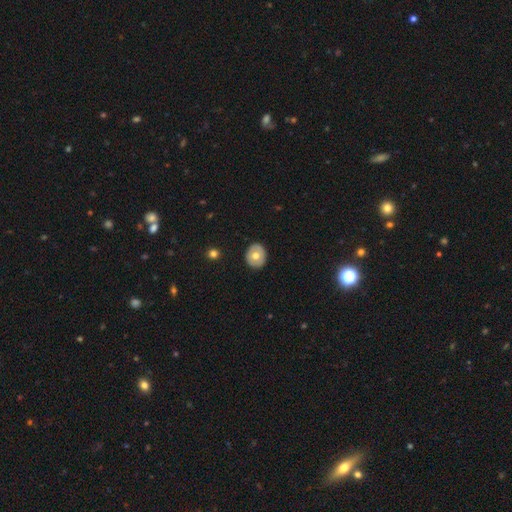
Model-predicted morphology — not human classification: type=smooth (65%); roundness=round (69%); merging=none (89%).